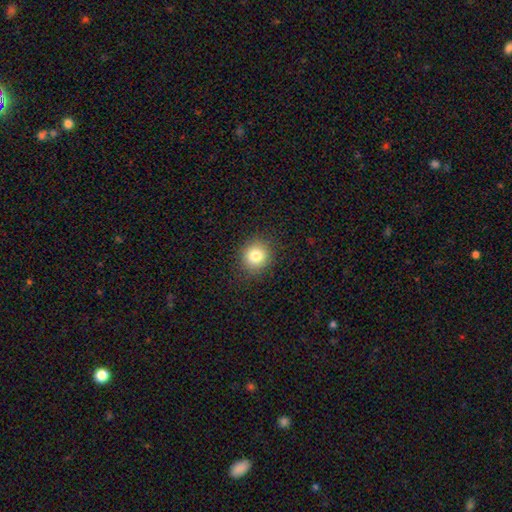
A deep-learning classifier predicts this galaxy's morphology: Q: Smooth or featured?
A: smooth (81%); runner-up: star or artifact (11%)
Q: How rounded?
A: round (85%); runner-up: in between (14%)
Q: Merging?
A: none (89%); runner-up: minor disturbance (8%)